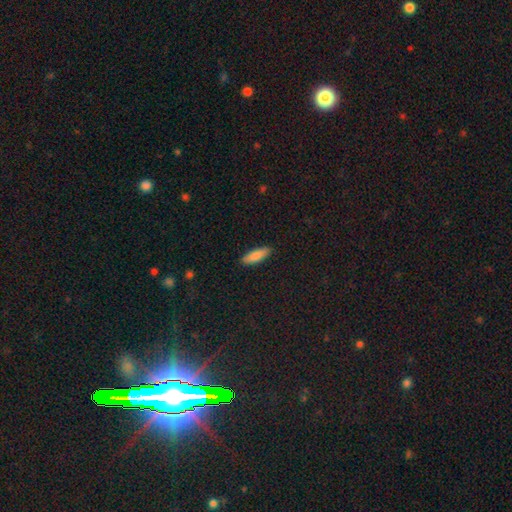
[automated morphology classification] This is clearly a smooth galaxy (85%). How rounded: possibly in between (52%). Merging: clearly none (89%).